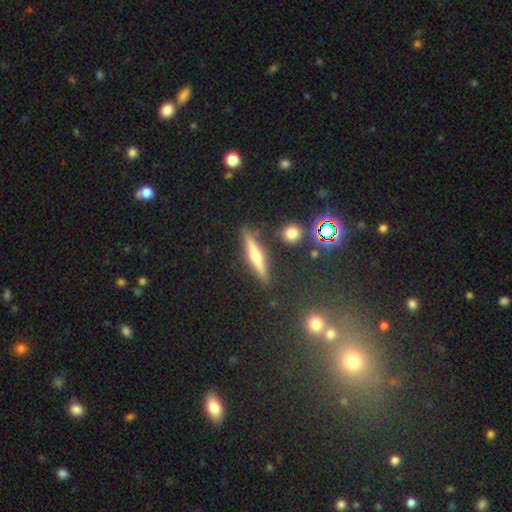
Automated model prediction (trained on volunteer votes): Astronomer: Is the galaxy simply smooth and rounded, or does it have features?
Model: featured or disk — 60%.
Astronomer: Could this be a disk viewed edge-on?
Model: yes — 95%.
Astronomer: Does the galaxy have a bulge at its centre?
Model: rounded — 88%.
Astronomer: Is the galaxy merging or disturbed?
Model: none — 86%.